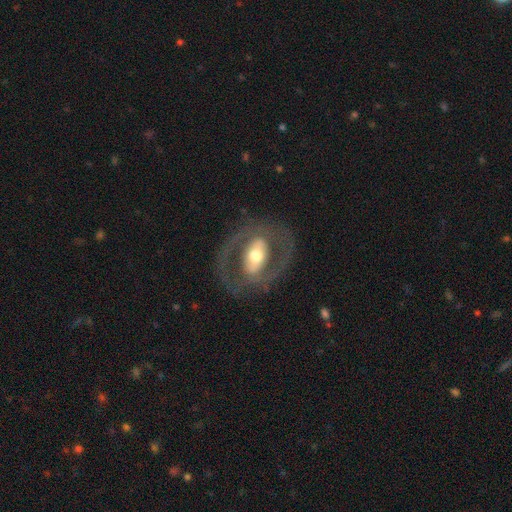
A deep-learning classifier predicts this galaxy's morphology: A featured or disk galaxy (75%) with a strong bar (43%), spiral arms (52%) and a moderate central bulge (63%).

Vote fractions:
- Smooth or featured? featured or disk: 75% / smooth: 20% / star or artifact: 5%
- Edge-on disk? no: 93% / yes: 7%
- Bar? strong: 43% / no: 30% / weak: 27%
- Spiral arms? yes: 52% / no: 48%
- Bulge size? moderate: 63% / large: 22% / small: 12% / dominant: 2% / none: 1%
- Merging? none: 76% / minor disturbance: 11% / major disturbance: 11% / merger: 1%